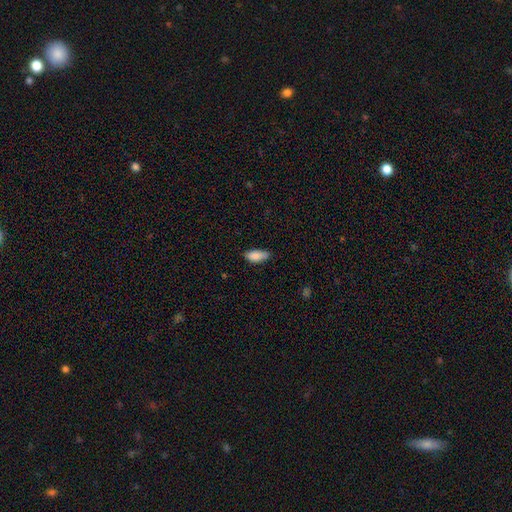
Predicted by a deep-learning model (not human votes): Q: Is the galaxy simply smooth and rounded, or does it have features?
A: smooth — 88%.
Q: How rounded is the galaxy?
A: in between — 87%.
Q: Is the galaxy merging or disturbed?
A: none — 71%.